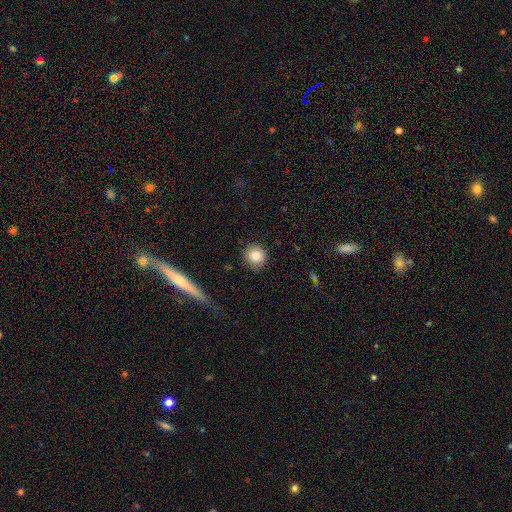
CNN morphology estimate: Smooth or featured?
  - smooth: 83% *
  - star or artifact: 9%
  - featured or disk: 8%
How rounded?
  - round: 90% *
  - in between: 9%
  - cigar-shaped: 1%
Merging?
  - none: 86% *
  - minor disturbance: 10%
  - major disturbance: 3%
  - merger: 2%